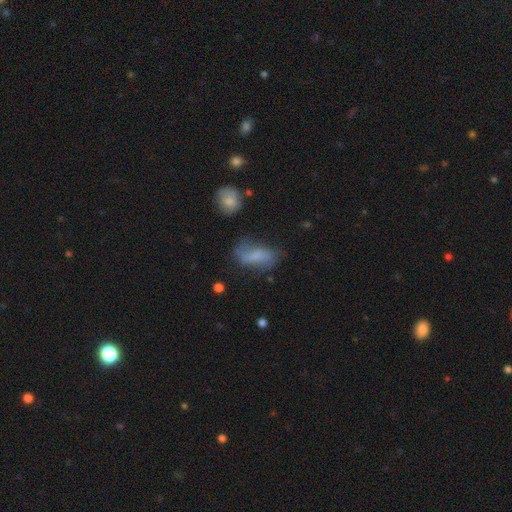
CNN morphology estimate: Smooth or featured: smooth — 62% (featured or disk — 27%)
How rounded: in between — 84% (cigar-shaped — 10%)
Merging: none — 48% (minor disturbance — 28%)